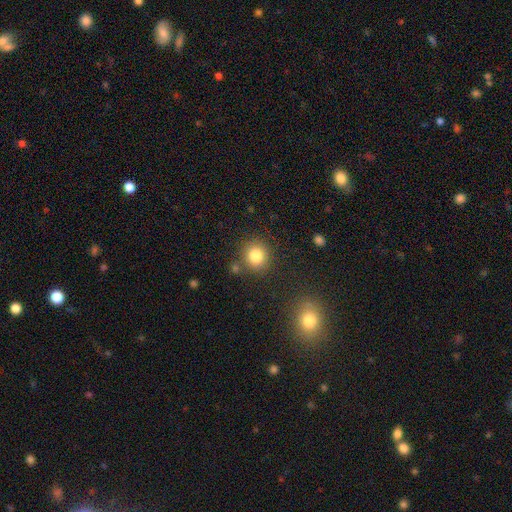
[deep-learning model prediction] Morphology: type=smooth (82%); roundness=round (88%); merging=none (81%).